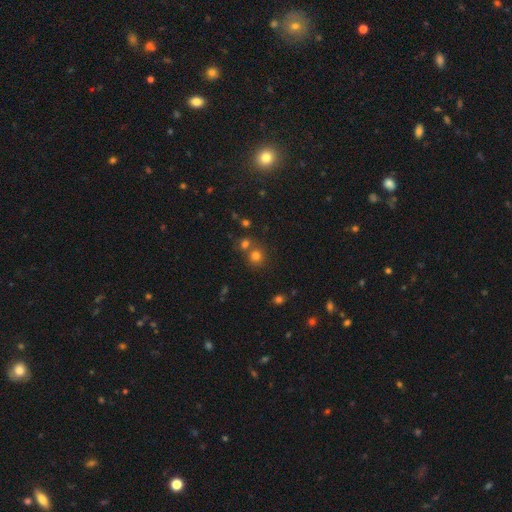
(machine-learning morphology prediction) smooth-or-featured: smooth: 73% | star or artifact: 19% | featured or disk: 8%
  how-rounded: round: 87% | in between: 12% | cigar-shaped: 1%
  merging: none: 61% | merger: 29% | minor disturbance: 7% | major disturbance: 3%